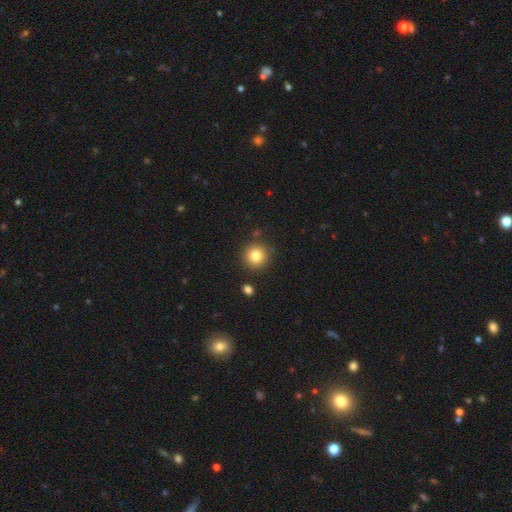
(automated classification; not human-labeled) Smooth or featured: smooth — 82% (star or artifact — 11%)
How rounded: round — 93% (in between — 6%)
Merging: none — 86% (minor disturbance — 8%)